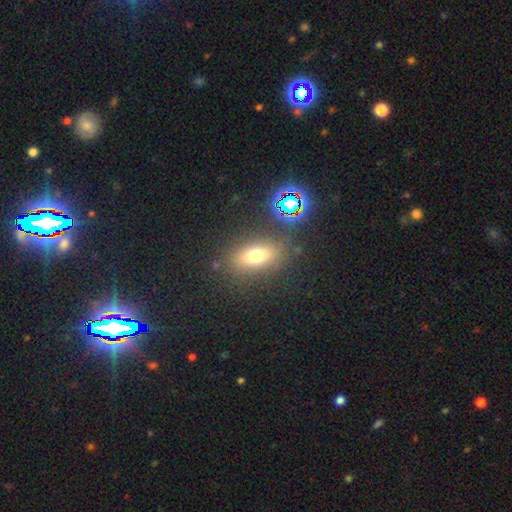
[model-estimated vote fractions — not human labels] smooth 65%, star or artifact 19%, featured or disk 16%. Down the decision tree: how rounded — in between (73%); merging — none (81%).